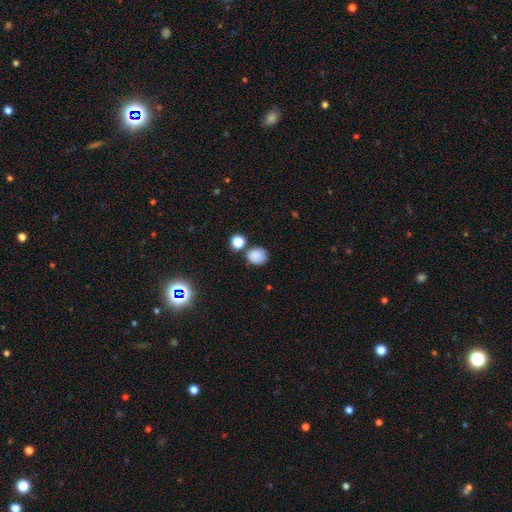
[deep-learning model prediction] Overall: smooth (83%). How rounded: round (74%). Merging: none (71%).